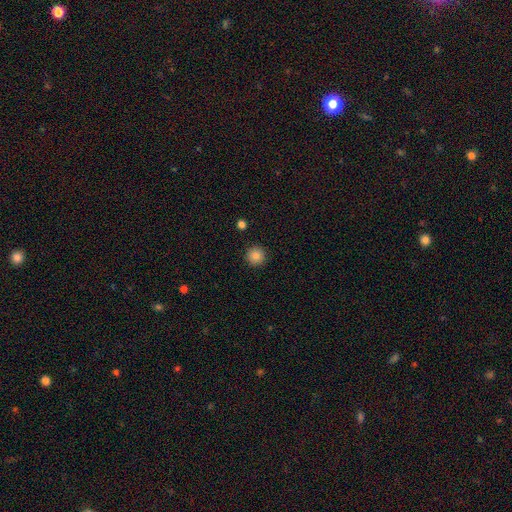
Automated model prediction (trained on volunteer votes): Smooth or featured: smooth — 85% (star or artifact — 10%)
How rounded: round — 96% (in between — 3%)
Merging: none — 92% (minor disturbance — 5%)